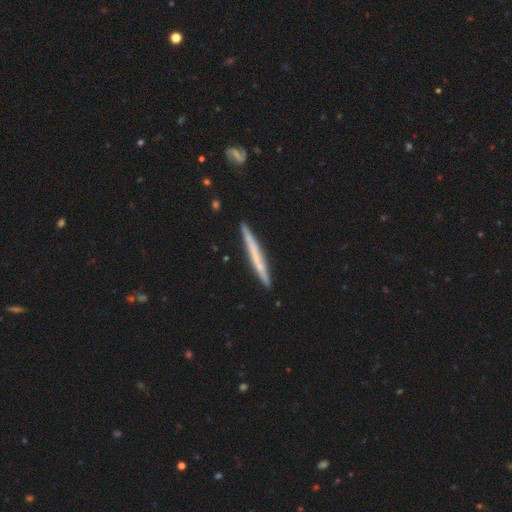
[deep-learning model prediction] smooth_or_featured: featured or disk (p=0.50) [alt: smooth p=0.44]
disk_edge_on: yes (p=0.96) [alt: no p=0.04]
merging: none (p=0.89) [alt: minor disturbance p=0.08]